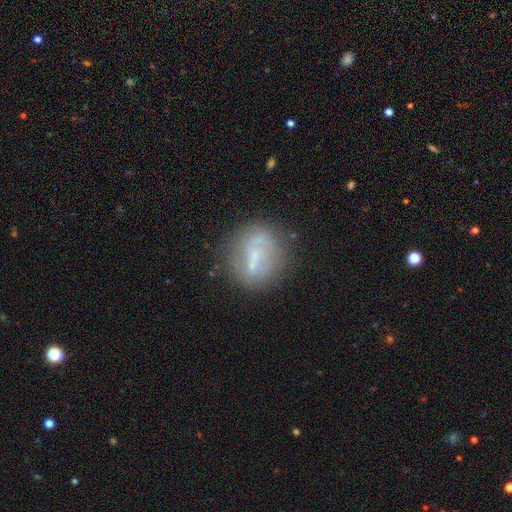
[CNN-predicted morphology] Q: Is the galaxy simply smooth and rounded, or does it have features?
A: featured or disk — 55%.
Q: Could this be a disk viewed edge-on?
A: no — 95%.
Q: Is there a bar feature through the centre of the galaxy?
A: weak — 40%.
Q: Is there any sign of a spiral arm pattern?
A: no — 54%.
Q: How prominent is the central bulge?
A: small — 58%.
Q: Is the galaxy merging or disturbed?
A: none — 68%.